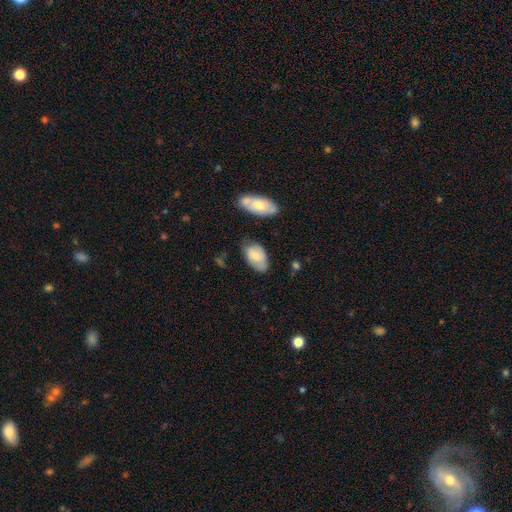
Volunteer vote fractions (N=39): Morphology: type=smooth (85%); roundness=in between (97%); merging=none (70%).